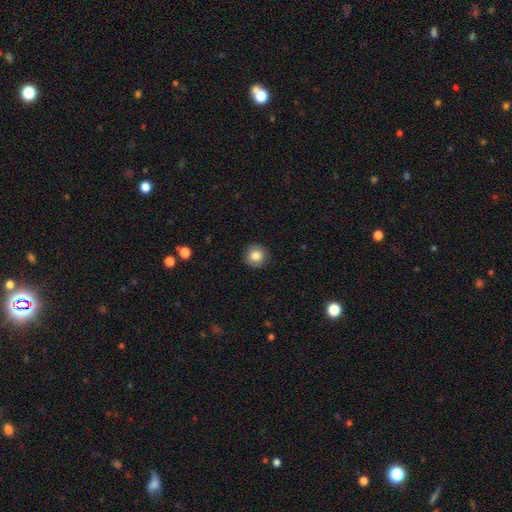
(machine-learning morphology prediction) Smooth or featured? Predicted: smooth (p=0.83). How rounded? Predicted: round (p=0.94). Merging? Predicted: none (p=0.91).